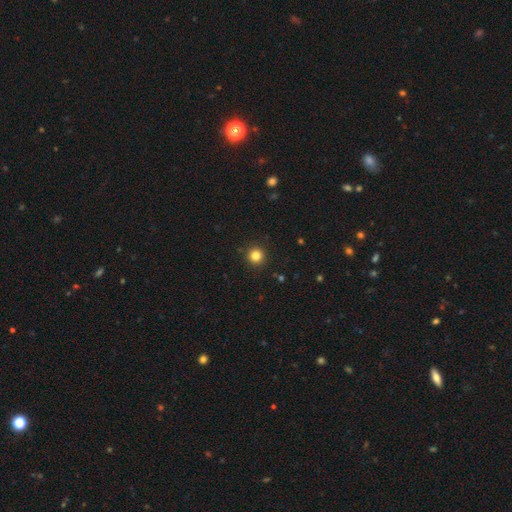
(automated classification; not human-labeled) The model was most divided on "smooth or featured": smooth: 83%, star or artifact: 12%, featured or disk: 5%. More confident: how rounded — round (95%); merging — none (92%).